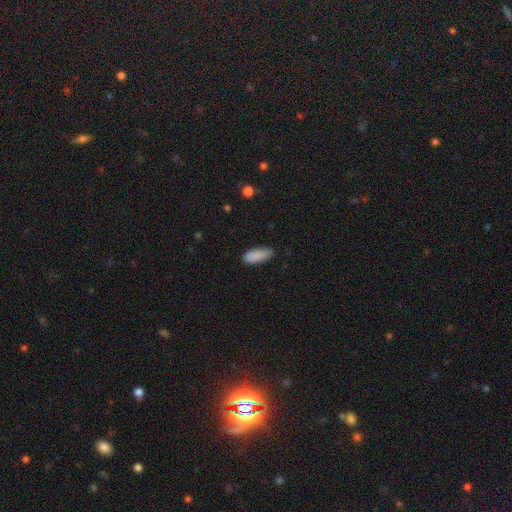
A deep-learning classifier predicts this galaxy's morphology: The model was most divided on "how rounded": in between: 78%, cigar-shaped: 21%, round: 2%. More confident: smooth or featured — smooth (89%); merging — none (80%).